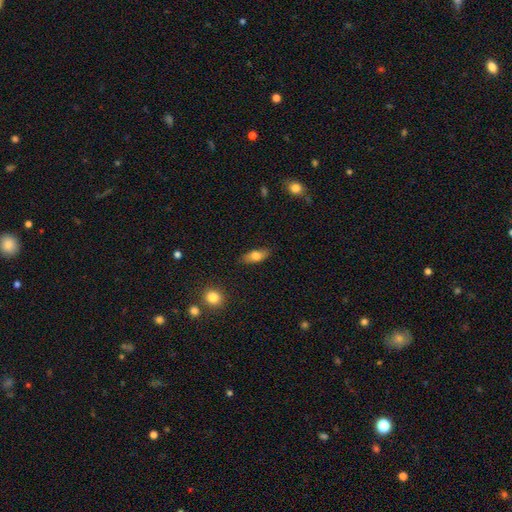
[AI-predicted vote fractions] A smooth galaxy with no disk features (72%) that is in between round and cigar-shaped (78%).

Vote fractions:
- Smooth or featured? smooth: 72% / featured or disk: 20% / star or artifact: 8%
- How rounded? in between: 78% / cigar-shaped: 17% / round: 5%
- Merging? none: 83% / minor disturbance: 13% / major disturbance: 3% / merger: 2%